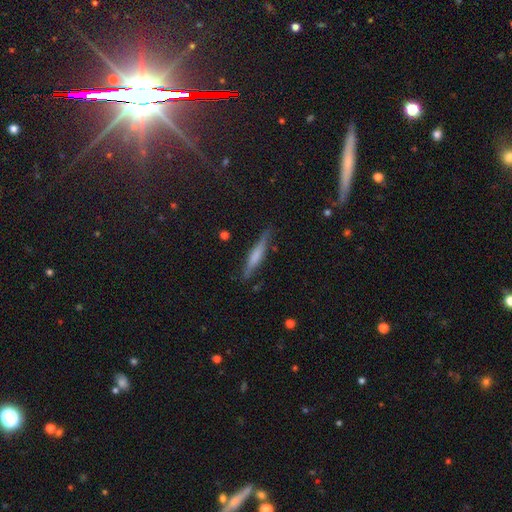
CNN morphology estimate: A featured or disk galaxy (46%, tied with smooth).

Vote fractions:
- Smooth or featured? featured or disk: 46% (tied) / smooth: 46% (tied) / star or artifact: 8%
- Merging? none: 83% / minor disturbance: 13% / major disturbance: 3% / merger: 2%